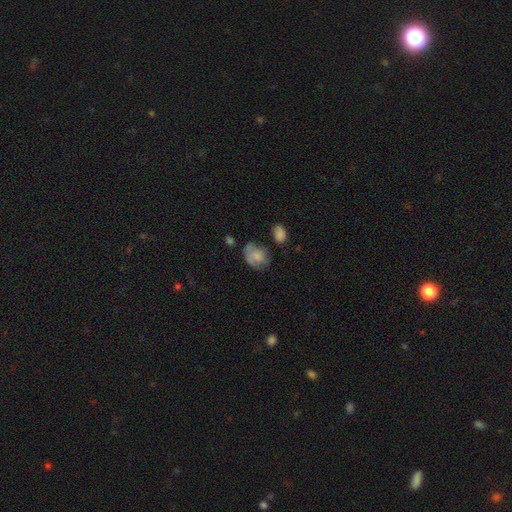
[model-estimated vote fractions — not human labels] Morphology: type=smooth (70%); roundness=in between (63%); merging=none (40%).